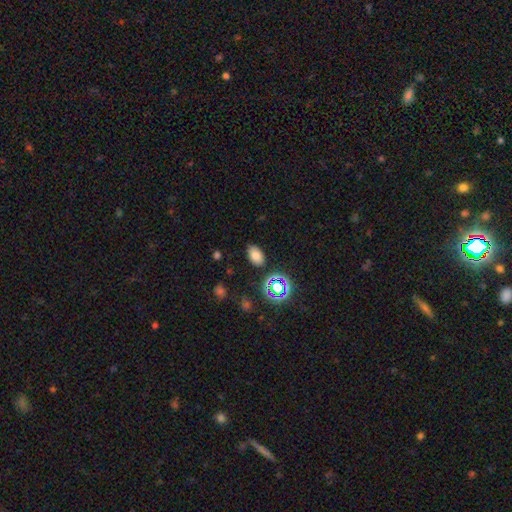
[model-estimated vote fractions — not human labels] This is likely a smooth galaxy (75%). How rounded: clearly in between (88%). Merging: clearly none (84%).